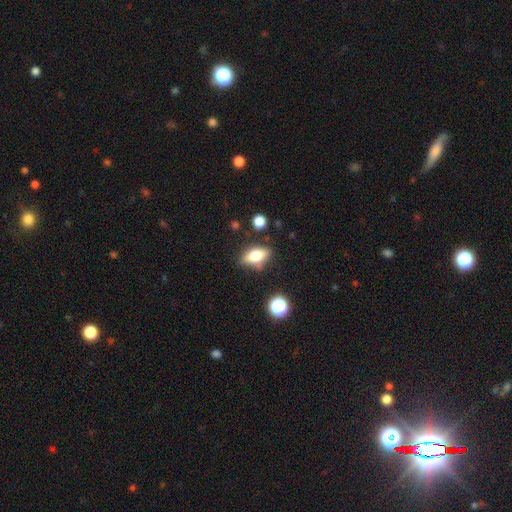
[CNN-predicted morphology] This is likely a smooth galaxy (65%). How rounded: likely in between (79%). Merging: likely none (76%).